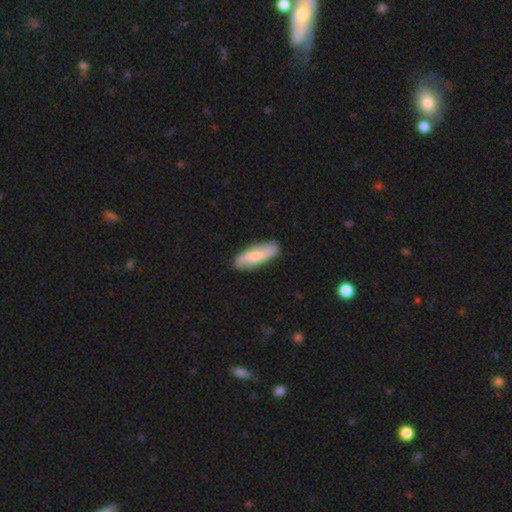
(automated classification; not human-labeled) The model was most divided on "smooth or featured": featured or disk: 48%, smooth: 46%, star or artifact: 6%. More confident: merging — none (85%).